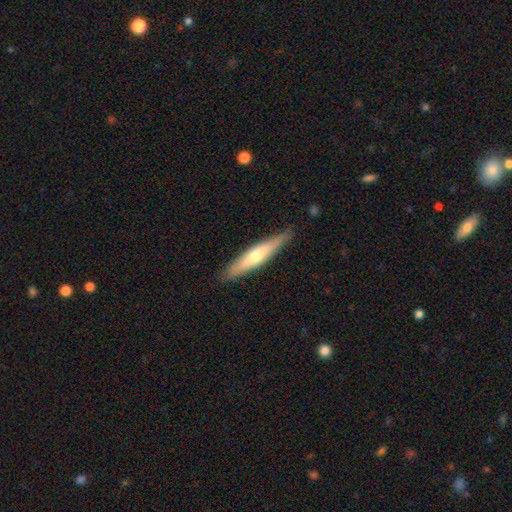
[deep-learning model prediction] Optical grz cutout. It shows a smooth galaxy with no disk features (47%, tied with featured or disk). Merging: none (87%).